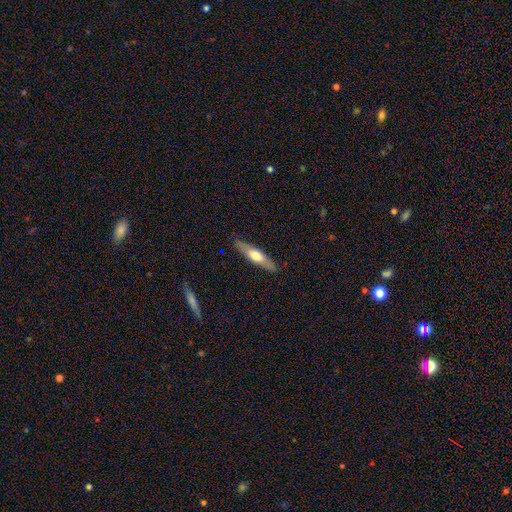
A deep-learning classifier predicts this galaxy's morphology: Q: Smooth or featured?
A: smooth (49%); runner-up: featured or disk (46%)
Q: Merging?
A: none (88%); runner-up: minor disturbance (9%)